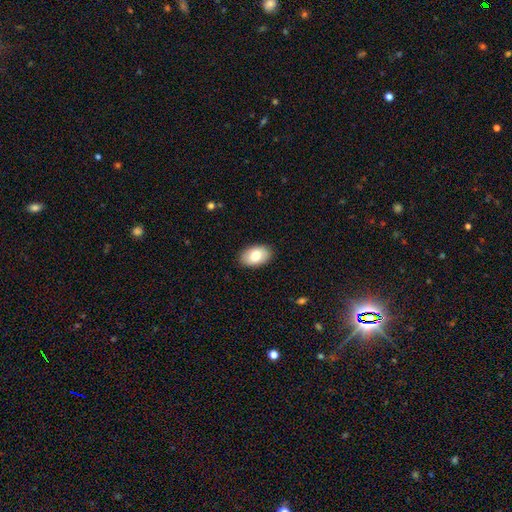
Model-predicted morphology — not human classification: Smooth or featured? smooth (81%)
How rounded? in between (91%)
Merging? none (89%)